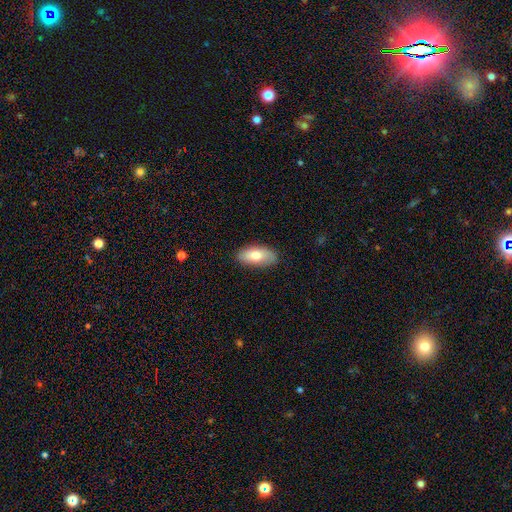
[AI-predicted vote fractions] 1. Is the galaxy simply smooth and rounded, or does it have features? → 74% smooth, 20% featured or disk, 6% star or artifact.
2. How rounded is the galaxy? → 90% in between, 7% cigar-shaped, 3% round.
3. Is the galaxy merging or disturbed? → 84% none, 12% minor disturbance, 2% major disturbance, 1% merger.